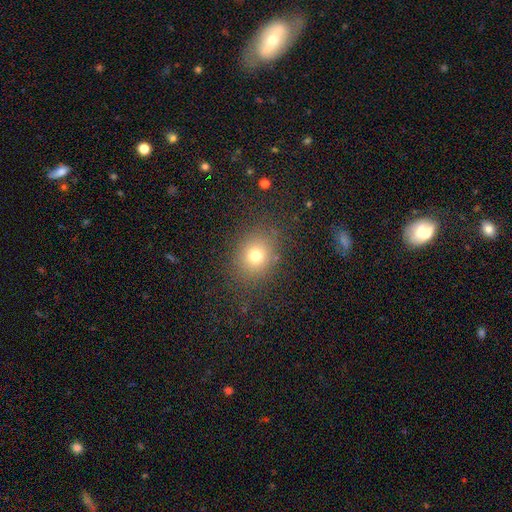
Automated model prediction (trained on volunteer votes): The model was most divided on "how rounded": round: 66%, in between: 34%, cigar-shaped: 1%. More confident: merging — none (83%); smooth or featured — smooth (73%).